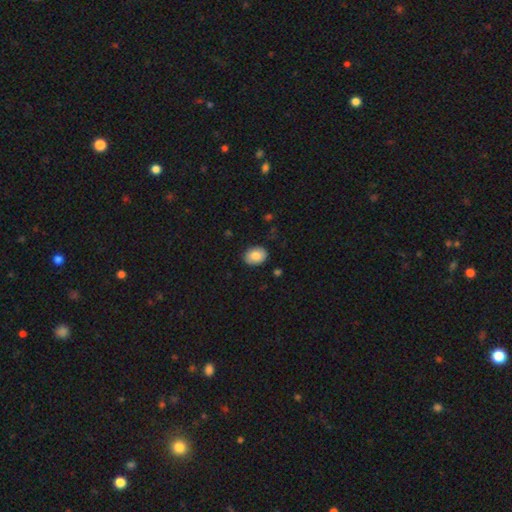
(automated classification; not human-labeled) Overall: smooth (81%). How rounded: in between (64%; round 35%). Merging: none (87%).